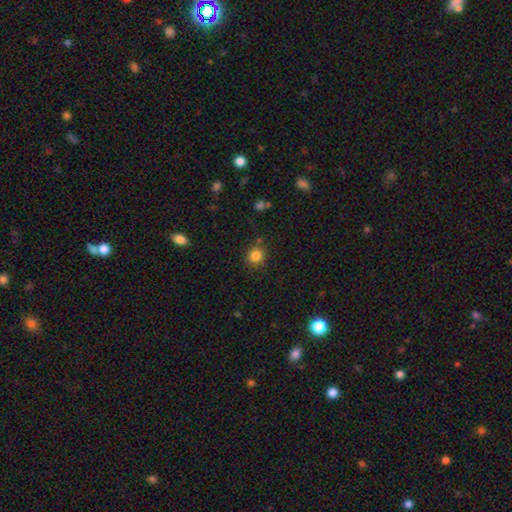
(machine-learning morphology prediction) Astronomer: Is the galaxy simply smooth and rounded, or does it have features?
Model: smooth — 82%.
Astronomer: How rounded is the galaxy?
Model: round — 89%.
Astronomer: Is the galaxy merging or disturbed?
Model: none — 80%.